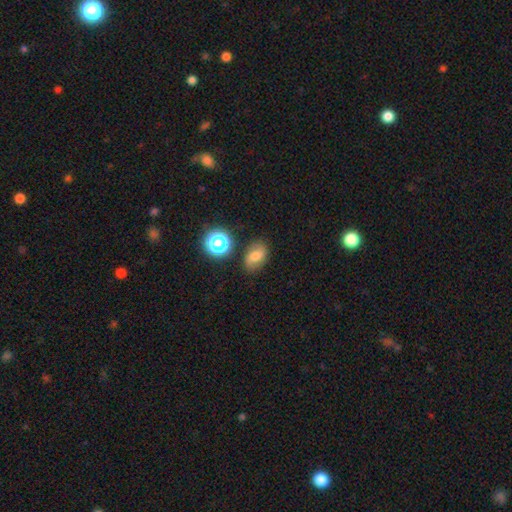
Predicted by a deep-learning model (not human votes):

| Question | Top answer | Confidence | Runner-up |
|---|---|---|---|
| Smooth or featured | smooth | 66% | featured or disk (20%) |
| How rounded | in between | 76% | round (23%) |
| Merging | none | 76% | minor disturbance (16%) |